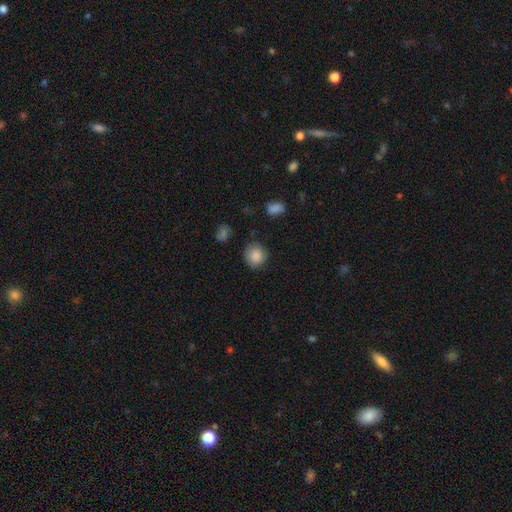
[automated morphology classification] Smooth or featured?
  - smooth: 86% *
  - star or artifact: 9%
  - featured or disk: 5%
How rounded?
  - round: 87% *
  - in between: 12%
  - cigar-shaped: 1%
Merging?
  - none: 79% *
  - minor disturbance: 15%
  - major disturbance: 4%
  - merger: 2%